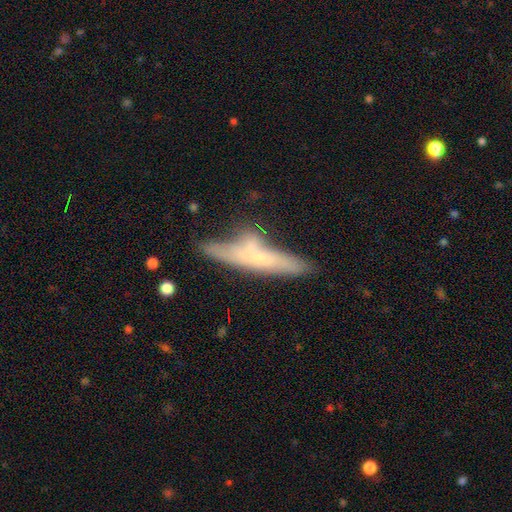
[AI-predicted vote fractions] Overall: smooth (46%, tied with featured or disk). Merging: none (43%; minor disturbance 26%).